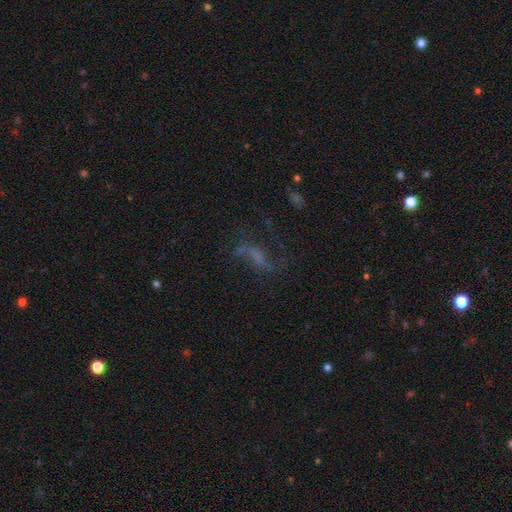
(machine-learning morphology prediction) This is possibly a featured or disk galaxy (54%). It is clearly not viewed edge-on (91%). Merging: possibly none (51%).